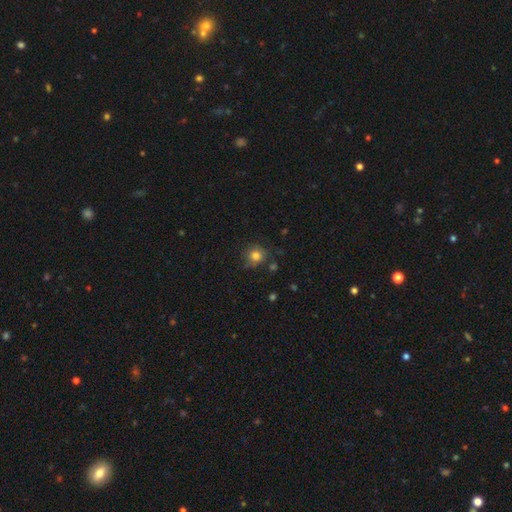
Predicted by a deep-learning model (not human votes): Smooth or featured? Predicted: smooth (p=0.81). How rounded? Predicted: round (p=0.85). Merging? Predicted: none (p=0.70).